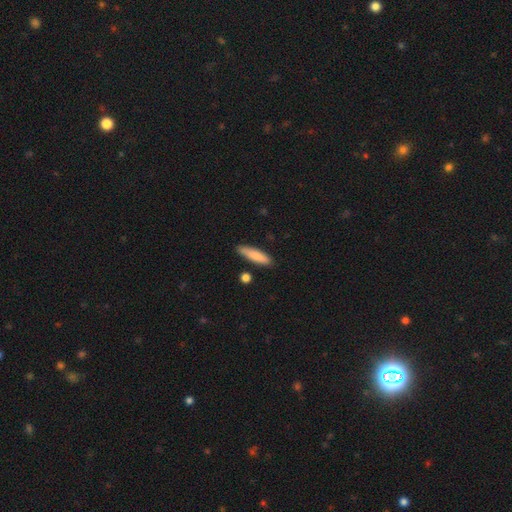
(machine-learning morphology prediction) smooth-or-featured: smooth: 81% | featured or disk: 13% | star or artifact: 6%
  how-rounded: cigar-shaped: 76% | in between: 22% | round: 2%
  merging: none: 83% | minor disturbance: 11% | merger: 3% | major disturbance: 2%